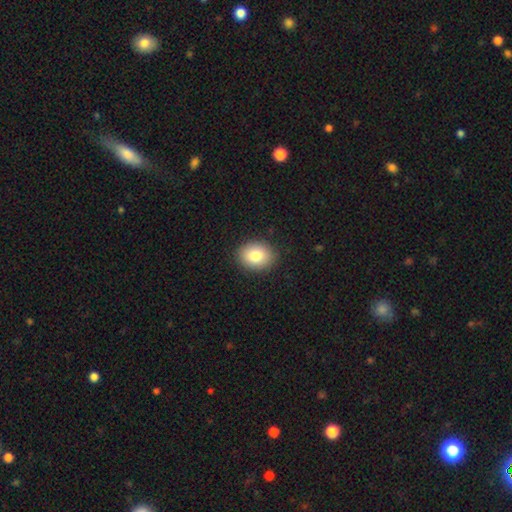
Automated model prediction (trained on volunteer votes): A smooth galaxy with no disk features (82%) that is in between round and cigar-shaped (52%). Merging: none (89%).